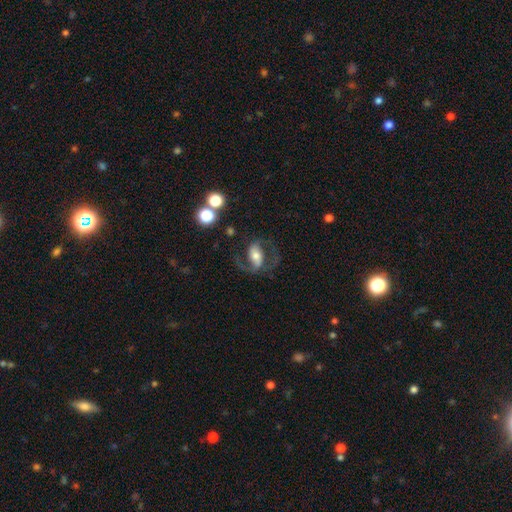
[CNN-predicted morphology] smooth-or-featured: featured or disk: 79% | smooth: 14% | star or artifact: 7%
  disk-edge-on: no: 96% | yes: 4%
    bar: strong: 39% | weak: 34% | no: 26%
    has-spiral-arms: yes: 92% | no: 8%
      spiral-winding: medium: 54% | loose: 34% | tight: 12%
      spiral-arm-count: 2: 88% | 1: 5% | can't tell: 3% | 3: 1% | 4: 1% | more than 4: 1%
    bulge-size: moderate: 54% | small: 26% | large: 15% | none: 3% | dominant: 3%
  merging: none: 66% | major disturbance: 17% | minor disturbance: 14% | merger: 3%